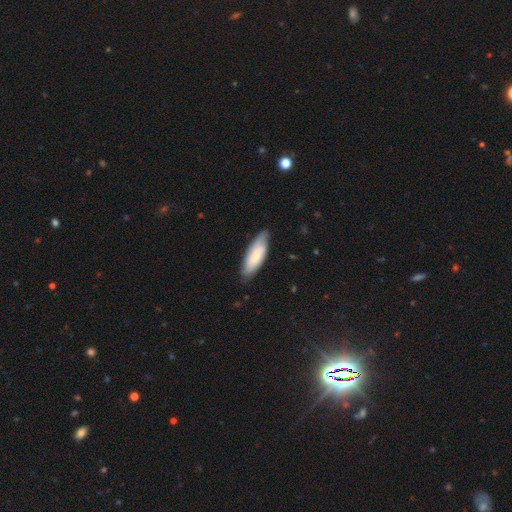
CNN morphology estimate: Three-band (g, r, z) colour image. It shows a smooth galaxy with no disk features (70%) that is in between round and cigar-shaped (57%). Merging: none (78%).